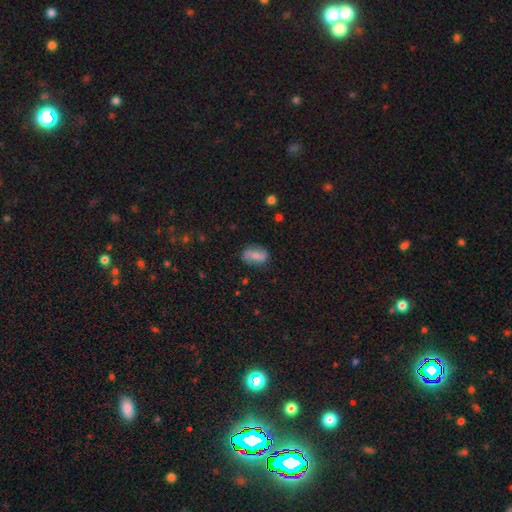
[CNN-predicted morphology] A smooth galaxy with no disk features (62%) that is in between round and cigar-shaped (83%). Merging: none (69%).